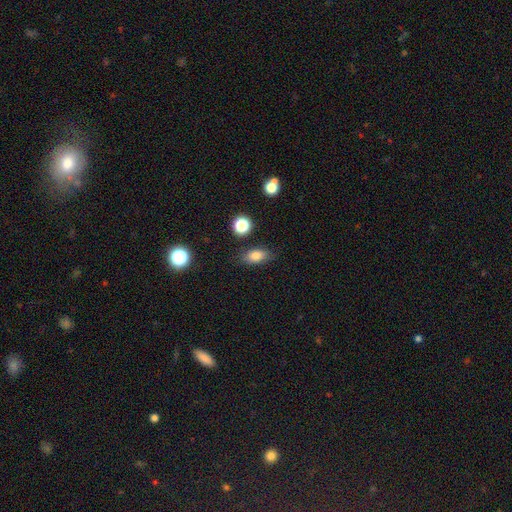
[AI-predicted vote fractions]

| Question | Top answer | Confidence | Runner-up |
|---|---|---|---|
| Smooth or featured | smooth | 80% | star or artifact (11%) |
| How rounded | in between | 82% | round (11%) |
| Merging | none | 81% | minor disturbance (13%) |